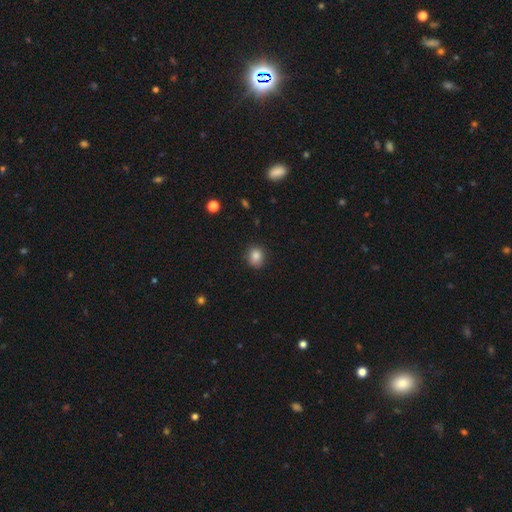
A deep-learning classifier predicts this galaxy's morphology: type=smooth (85%); roundness=round (66%); merging=none (84%).